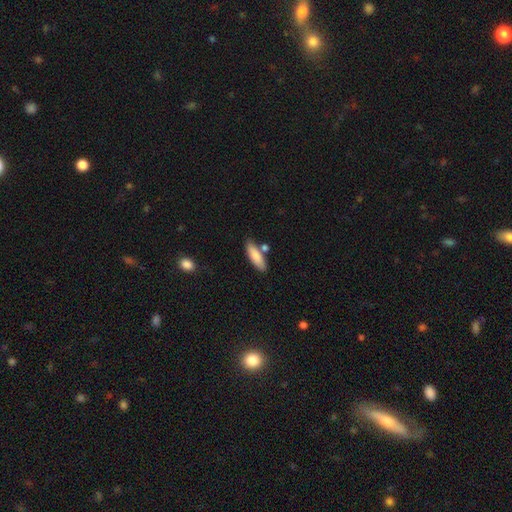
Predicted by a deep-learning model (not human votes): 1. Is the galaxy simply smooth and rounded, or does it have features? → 83% smooth, 11% featured or disk, 6% star or artifact.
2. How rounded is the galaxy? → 51% in between, 47% cigar-shaped, 2% round.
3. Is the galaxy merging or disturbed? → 73% none, 13% minor disturbance, 11% merger, 3% major disturbance.